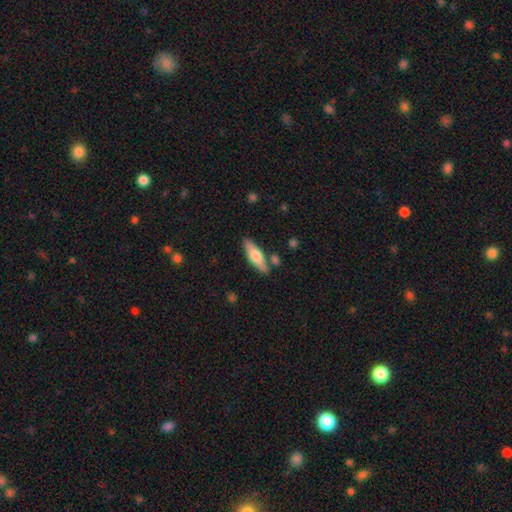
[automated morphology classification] A smooth galaxy with no disk features (57%) that is in between round and cigar-shaped (49%, tied with cigar-shaped).

Vote fractions:
- Smooth or featured? smooth: 57% / featured or disk: 38% / star or artifact: 6%
- How rounded? in between: 49% (tied) / cigar-shaped: 49% (tied) / round: 2%
- Merging? none: 81% / minor disturbance: 11% / merger: 6% / major disturbance: 2%